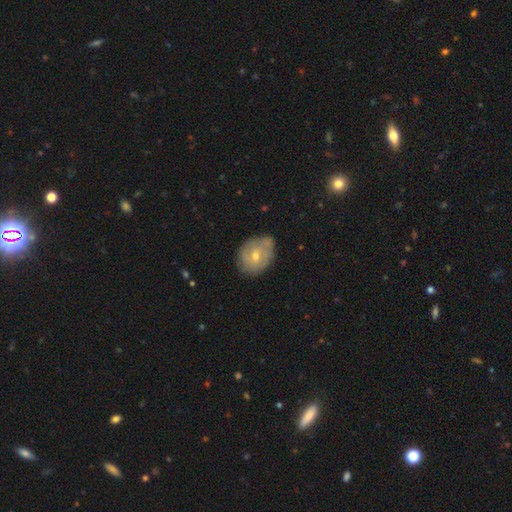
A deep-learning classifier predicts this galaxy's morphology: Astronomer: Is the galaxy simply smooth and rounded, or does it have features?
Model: featured or disk — 51% (runner-up: smooth, 40%).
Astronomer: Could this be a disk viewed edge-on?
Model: no — 95%.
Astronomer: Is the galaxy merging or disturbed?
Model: none — 66%.